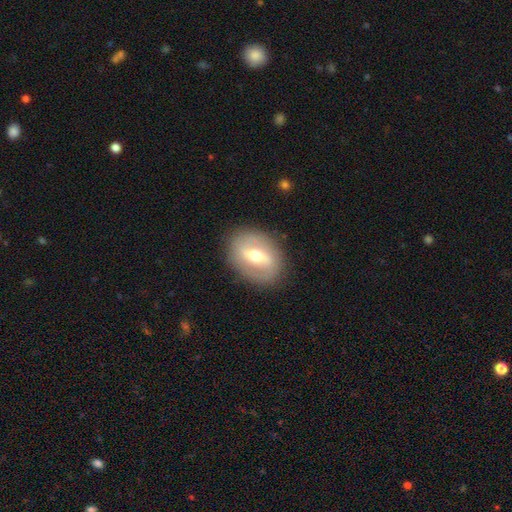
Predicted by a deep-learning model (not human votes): A featured or disk galaxy (66%) with a strong bar (48%), spiral arms (50%, tied with no) and a moderate central bulge (69%). Merging: none (86%).